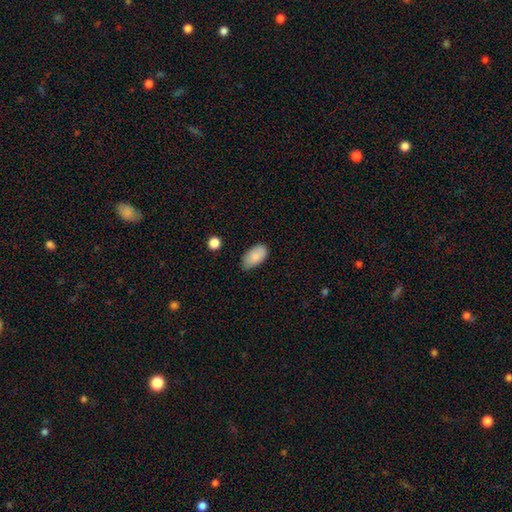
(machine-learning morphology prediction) Overall: smooth (87%). How rounded: in between (94%). Merging: none (67%; minor disturbance 28%).